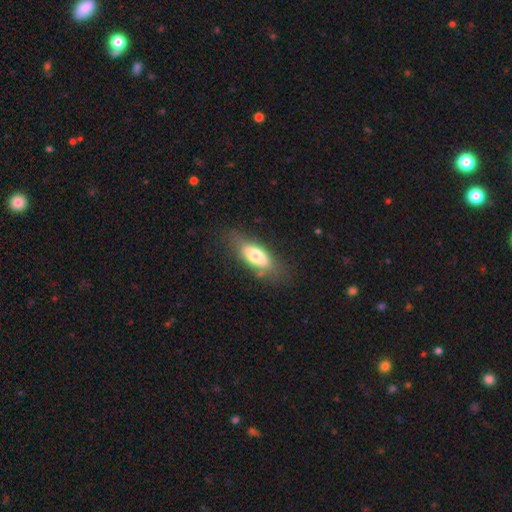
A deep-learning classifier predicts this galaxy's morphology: smooth-or-featured: smooth: 69% | featured or disk: 24% | star or artifact: 7%
  how-rounded: in between: 77% | cigar-shaped: 20% | round: 3%
  merging: none: 68% | minor disturbance: 21% | major disturbance: 8% | merger: 3%